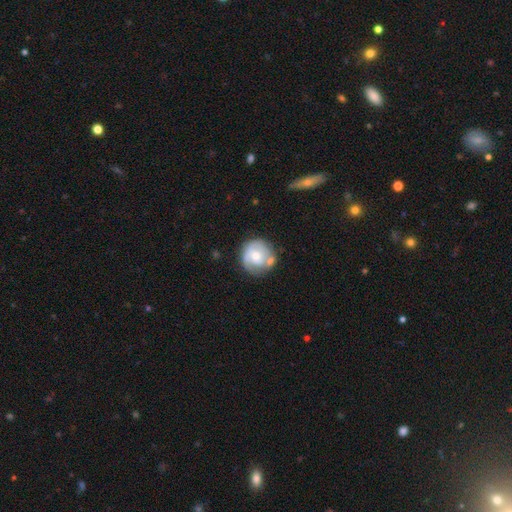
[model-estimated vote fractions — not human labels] Morphology: type=featured or disk (59%); edge-on=no (98%); bar=no (74%); spiral arms=yes (73%); bulge=moderate (58%); merging=none (57%).